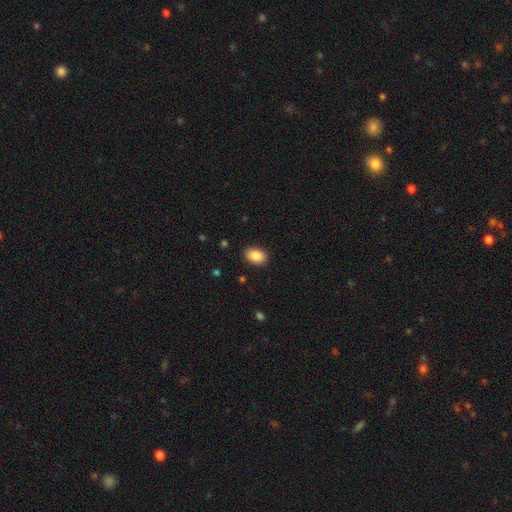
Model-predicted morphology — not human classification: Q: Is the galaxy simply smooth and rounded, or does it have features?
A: smooth — 89%.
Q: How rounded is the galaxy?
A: in between — 89%.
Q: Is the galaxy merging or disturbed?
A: none — 88%.